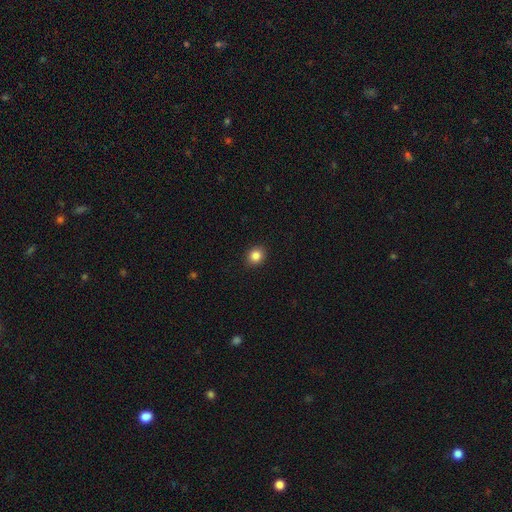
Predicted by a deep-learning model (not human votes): Overall: smooth (86%). How rounded: round (70%). Merging: none (91%).